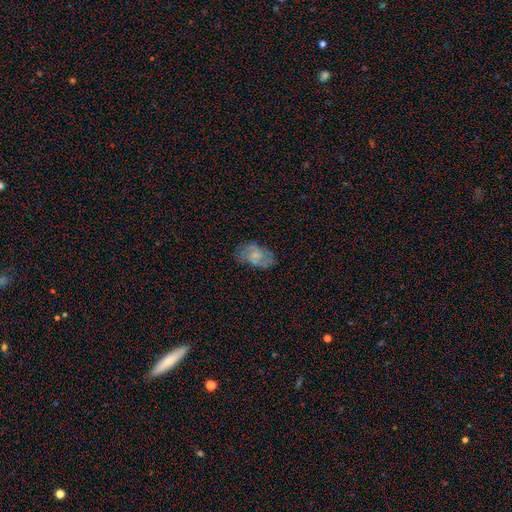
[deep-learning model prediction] Morphology: type=featured or disk (52%); edge-on=no (96%); bar=no (58%); spiral arms=yes (76%); bulge=small (46%); merging=none (66%).